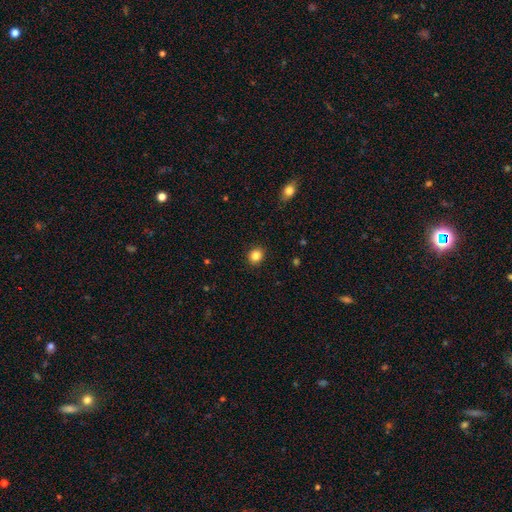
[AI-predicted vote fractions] smooth_or_featured: smooth (p=0.85) [alt: star or artifact p=0.11]
how_rounded: round (p=0.78) [alt: in between p=0.21]
merging: none (p=0.91) [alt: minor disturbance p=0.06]